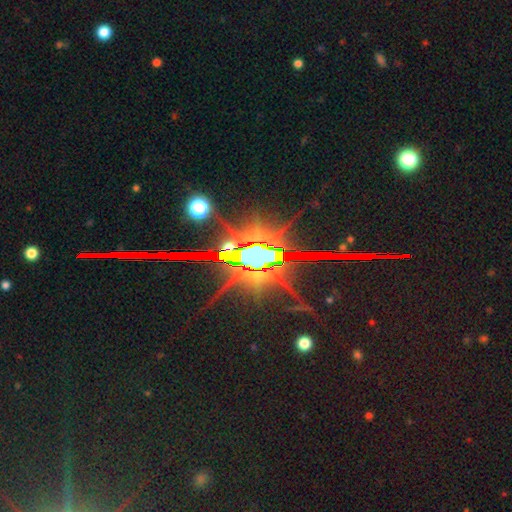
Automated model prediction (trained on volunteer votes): Overall: star or artifact (81%).